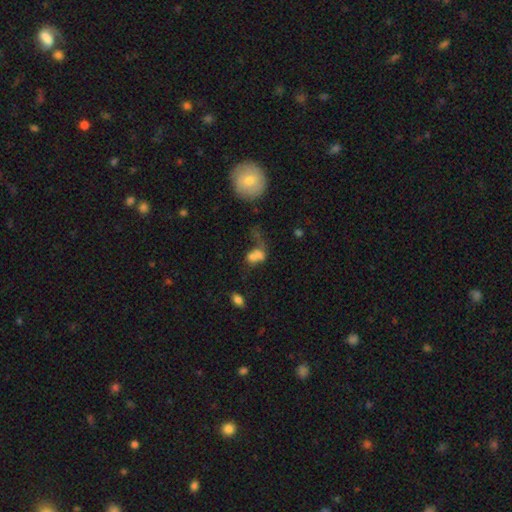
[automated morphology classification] A smooth galaxy with no disk features (63%) that is in between round and cigar-shaped (66%). Merging: merger (52%).